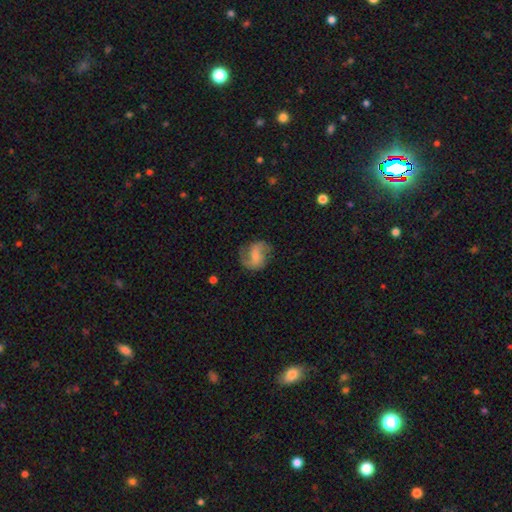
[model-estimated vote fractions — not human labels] Smooth or featured? Predicted: featured or disk (p=0.70). Edge-on disk? Predicted: no (p=0.98). Bar? Predicted: weak (p=0.46). Spiral arms? Predicted: yes (p=0.92). Spiral winding? Predicted: medium (p=0.44). Spiral arm count? Predicted: 2 (p=0.86). Bulge size? Predicted: none (p=0.42). Merging? Predicted: none (p=0.69).